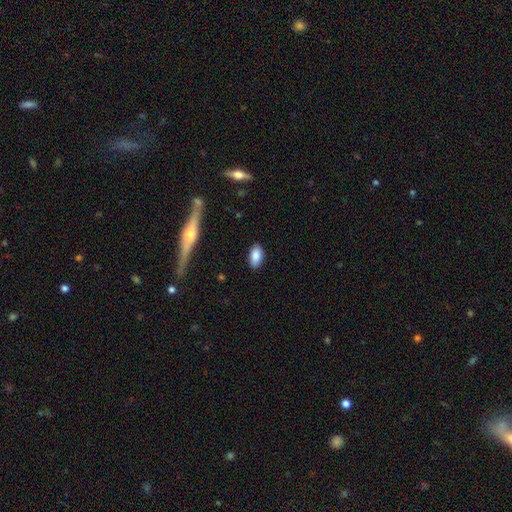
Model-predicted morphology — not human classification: A smooth galaxy with no disk features (86%) that is in between round and cigar-shaped (93%). Merging: none (87%).